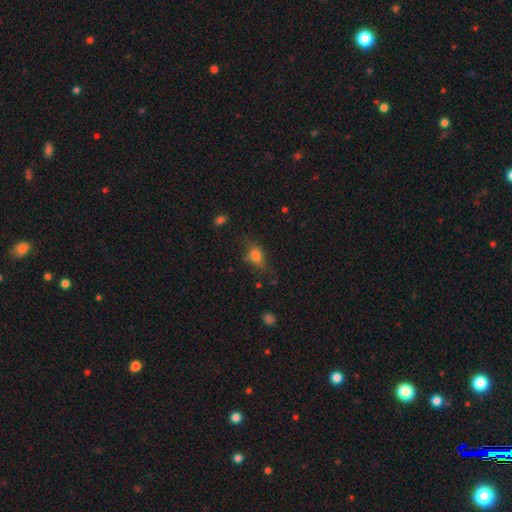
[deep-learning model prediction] This is likely a smooth galaxy (69%). How rounded: likely in between (72%). Merging: likely none (60%).